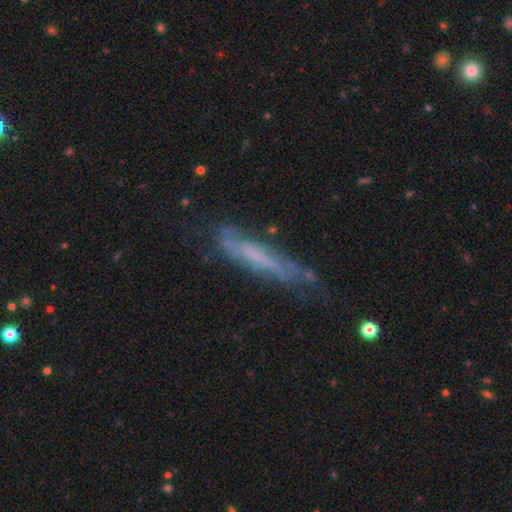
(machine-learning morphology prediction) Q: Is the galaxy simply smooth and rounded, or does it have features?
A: featured or disk — 54%.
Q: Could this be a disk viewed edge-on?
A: yes — 65%.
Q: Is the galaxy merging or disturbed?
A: none — 53%.